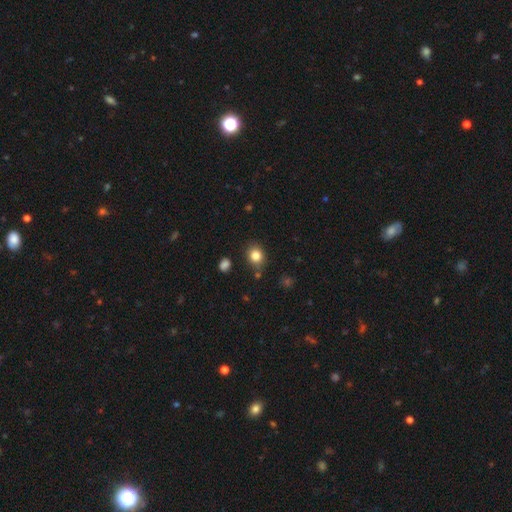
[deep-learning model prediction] This appears to be a smooth galaxy with no disk features (83%) that is round (65%). Merging: none (80%).